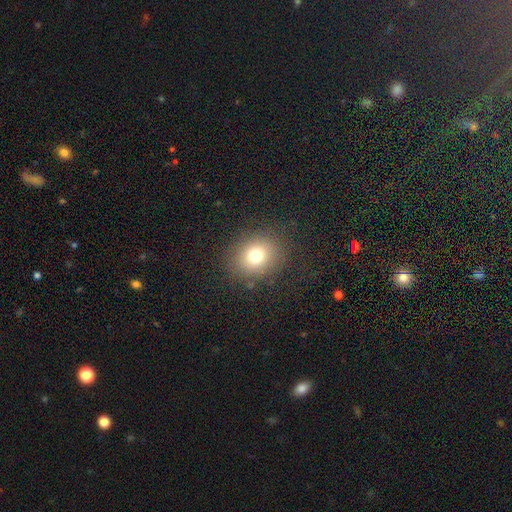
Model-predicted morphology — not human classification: This is likely a smooth galaxy (74%). How rounded: likely round (69%). Merging: clearly none (85%).